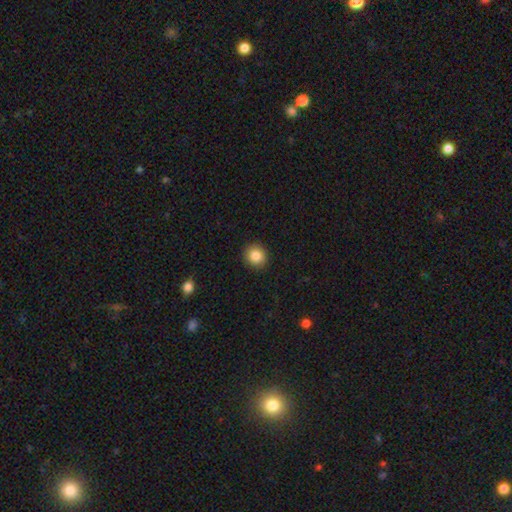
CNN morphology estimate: Q: Smooth or featured?
A: smooth (85%); runner-up: star or artifact (9%)
Q: How rounded?
A: round (87%); runner-up: in between (12%)
Q: Merging?
A: none (92%); runner-up: minor disturbance (5%)